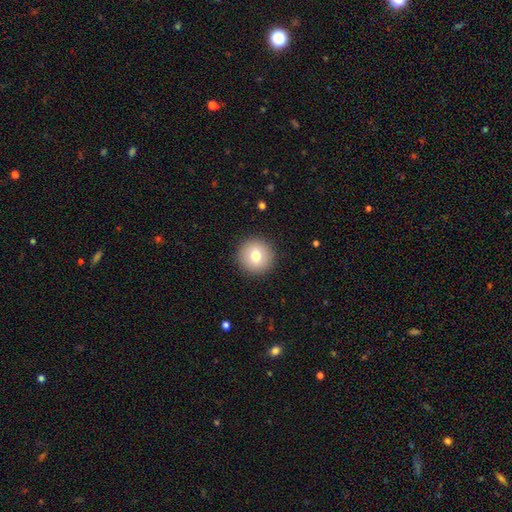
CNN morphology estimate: A smooth galaxy with no disk features (76%) that is round (96%). Merging: none (92%).